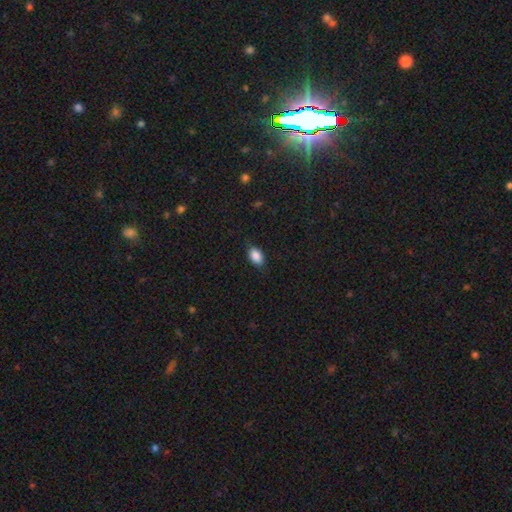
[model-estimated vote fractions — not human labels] smooth_or_featured: smooth (p=0.87) [alt: star or artifact p=0.08]
how_rounded: in between (p=0.88) [alt: round p=0.11]
merging: none (p=0.82) [alt: minor disturbance p=0.14]